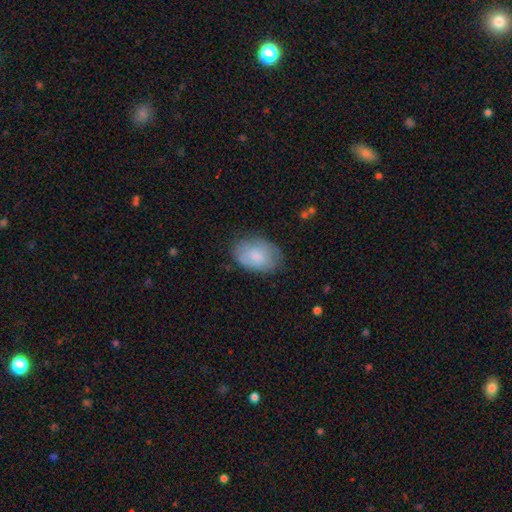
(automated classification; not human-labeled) This is likely a smooth galaxy (78%). How rounded: clearly in between (87%). Merging: likely none (72%).